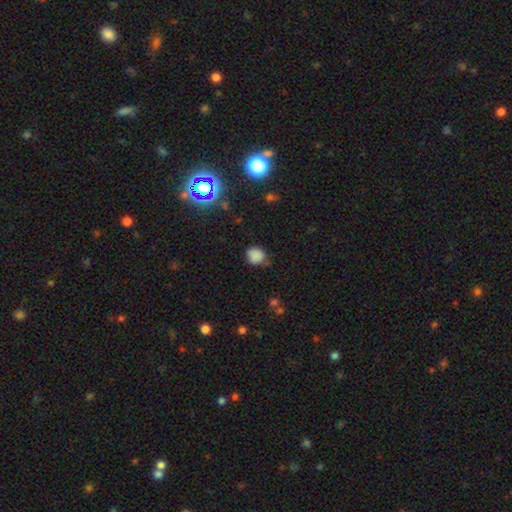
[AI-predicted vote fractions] Smooth or featured?
  - smooth: 79% *
  - star or artifact: 14%
  - featured or disk: 7%
How rounded?
  - round: 81% *
  - in between: 18%
  - cigar-shaped: 1%
Merging?
  - none: 69% *
  - minor disturbance: 24%
  - major disturbance: 5%
  - merger: 3%